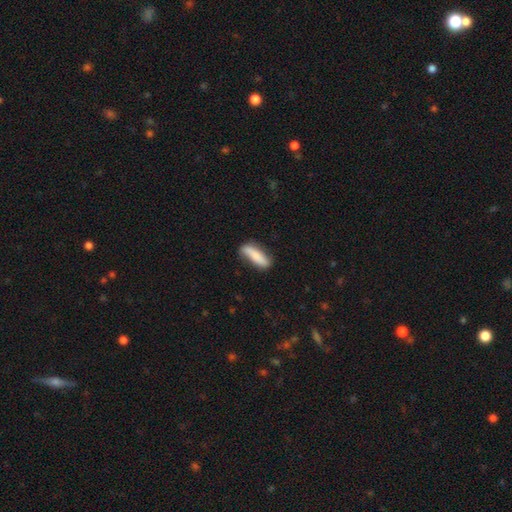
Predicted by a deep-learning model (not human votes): This appears to be a smooth galaxy with no disk features (76%) that is cigar-shaped (60%). Merging: none (74%).